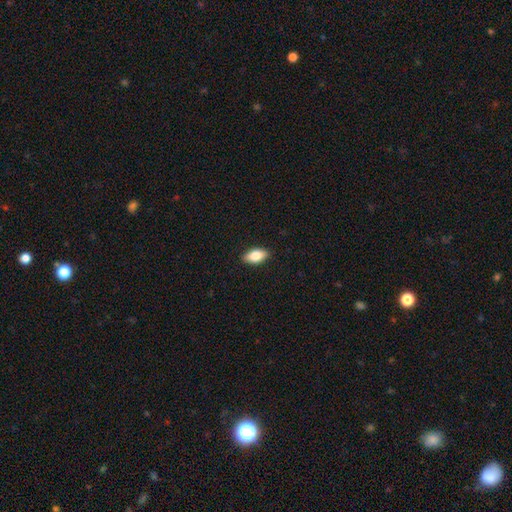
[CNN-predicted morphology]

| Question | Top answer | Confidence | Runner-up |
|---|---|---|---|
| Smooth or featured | smooth | 83% | featured or disk (10%) |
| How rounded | in between | 91% | cigar-shaped (5%) |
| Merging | none | 90% | minor disturbance (8%) |